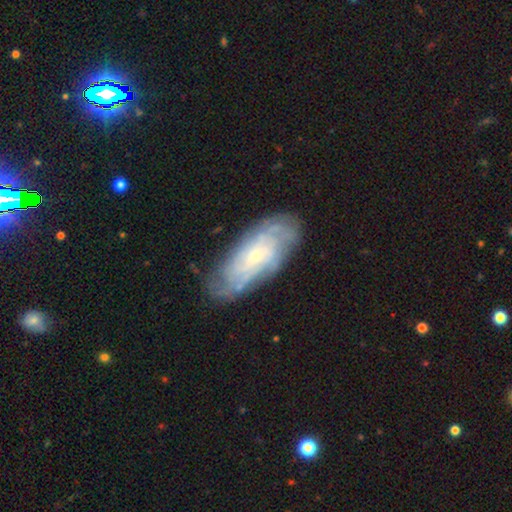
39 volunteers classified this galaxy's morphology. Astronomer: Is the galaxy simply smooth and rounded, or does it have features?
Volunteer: featured or disk — 74%.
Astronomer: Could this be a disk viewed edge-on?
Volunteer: no — 79%.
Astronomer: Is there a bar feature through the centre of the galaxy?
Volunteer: no — 61%.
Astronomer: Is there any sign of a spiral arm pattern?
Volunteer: yes — 83%.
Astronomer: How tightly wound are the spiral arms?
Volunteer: tight — 68%.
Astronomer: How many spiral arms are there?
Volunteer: can't tell — 58%.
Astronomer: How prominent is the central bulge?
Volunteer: small — 65%.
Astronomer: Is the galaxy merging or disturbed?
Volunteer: none — 94%.